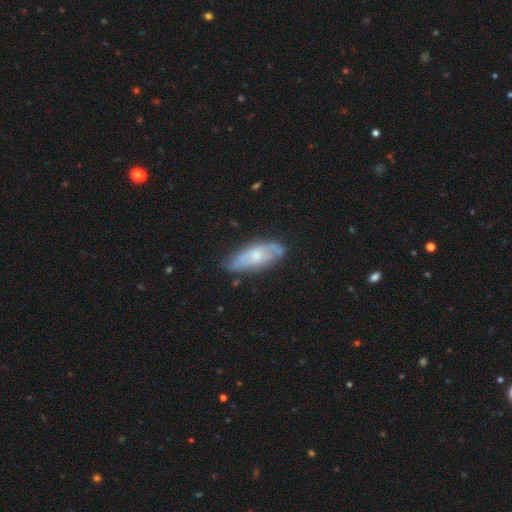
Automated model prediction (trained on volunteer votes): Smooth or featured: featured or disk — 54% (smooth — 39%)
Edge-on disk: no — 77% (yes — 23%)
Merging: none — 65% (minor disturbance — 26%)